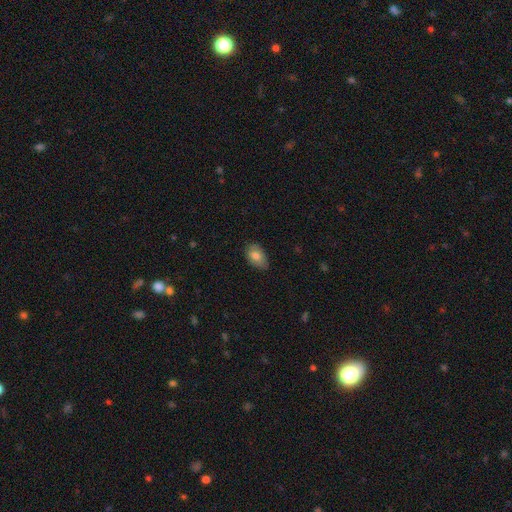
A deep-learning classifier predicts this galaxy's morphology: A smooth galaxy with no disk features (76%) that is in between round and cigar-shaped (90%).

Vote fractions:
- Smooth or featured? smooth: 76% / featured or disk: 17% / star or artifact: 7%
- How rounded? in between: 90% / round: 9% / cigar-shaped: 1%
- Merging? none: 72% / minor disturbance: 24% / major disturbance: 4% / merger: 1%